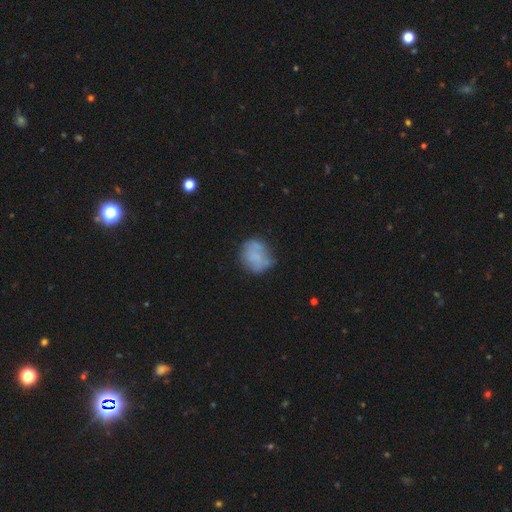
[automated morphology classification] Q: Smooth or featured?
A: smooth (64%); runner-up: featured or disk (26%)
Q: How rounded?
A: round (70%); runner-up: in between (29%)
Q: Merging?
A: none (54%); runner-up: minor disturbance (27%)